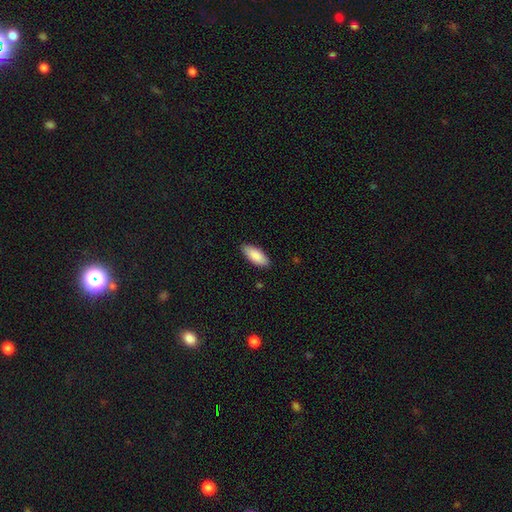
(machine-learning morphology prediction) Smooth or featured? smooth (89%)
How rounded? in between (84%)
Merging? none (87%)